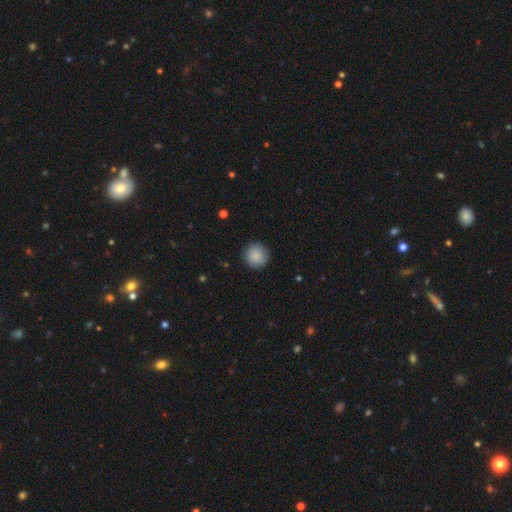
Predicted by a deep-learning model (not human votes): A smooth galaxy with no disk features (89%) that is round (94%).

Vote fractions:
- Smooth or featured? smooth: 89% / star or artifact: 8% / featured or disk: 3%
- How rounded? round: 94% / in between: 5% / cigar-shaped: 1%
- Merging? none: 91% / minor disturbance: 6% / major disturbance: 2% / merger: 1%